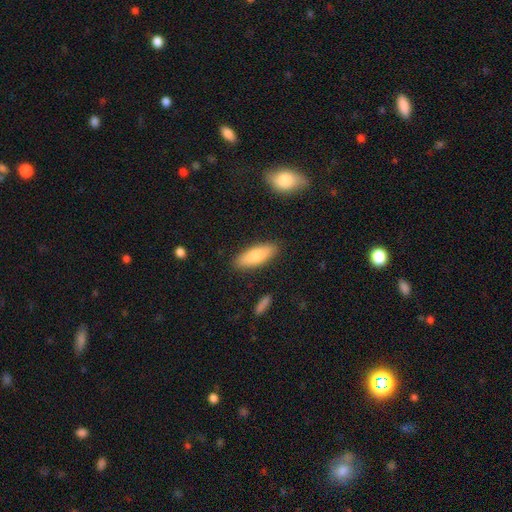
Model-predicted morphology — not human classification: Smooth or featured: smooth — 79% (featured or disk — 15%)
How rounded: in between — 67% (cigar-shaped — 31%)
Merging: none — 86% (minor disturbance — 10%)